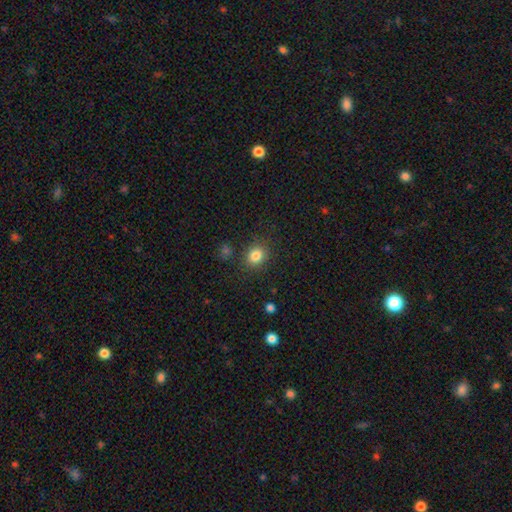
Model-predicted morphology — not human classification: Smooth or featured: smooth — 83% (star or artifact — 11%)
How rounded: round — 66% (in between — 33%)
Merging: none — 84% (minor disturbance — 10%)